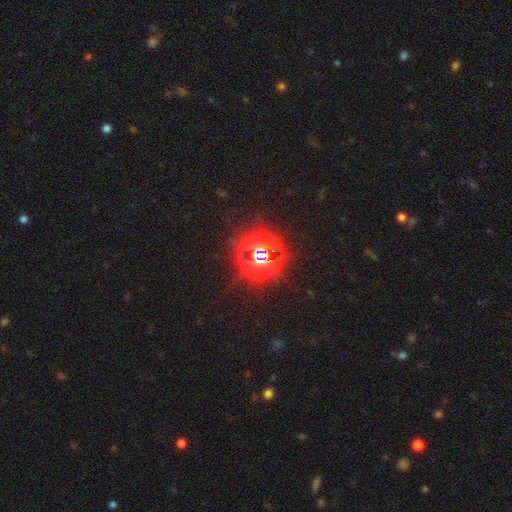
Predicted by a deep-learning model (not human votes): smooth-or-featured: star or artifact: 81% | smooth: 11% | featured or disk: 8%